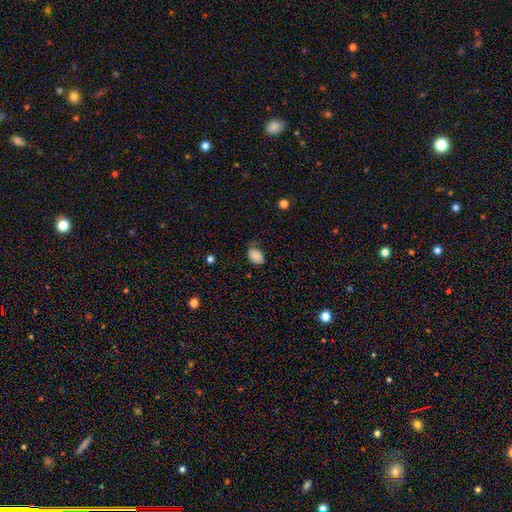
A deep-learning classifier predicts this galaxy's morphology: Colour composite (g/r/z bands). It shows a smooth galaxy with no disk features (87%) that is in between round and cigar-shaped (80%). Merging: none (65%).